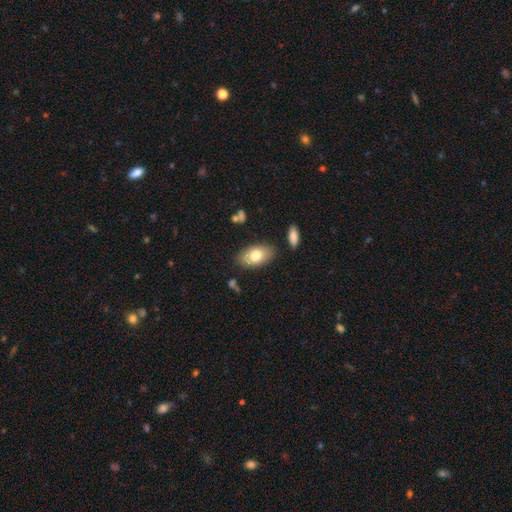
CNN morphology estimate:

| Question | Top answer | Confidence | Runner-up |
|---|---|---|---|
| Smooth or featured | smooth | 76% | featured or disk (17%) |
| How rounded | in between | 93% | round (6%) |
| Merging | none | 82% | minor disturbance (12%) |